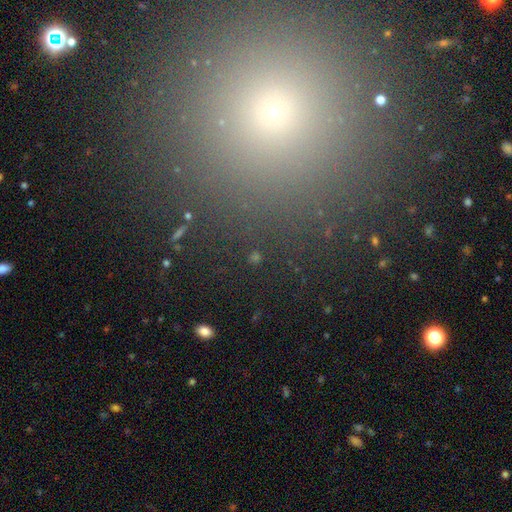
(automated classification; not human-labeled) Smooth or featured?
  - star or artifact: 61% *
  - smooth: 27%
  - featured or disk: 12%